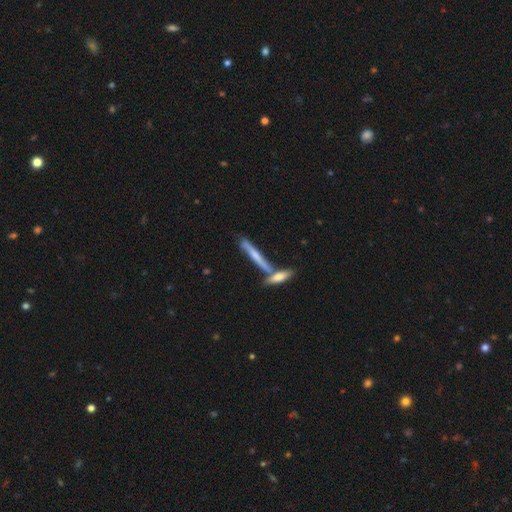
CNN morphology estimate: The model was most divided on "smooth or featured": featured or disk: 49%, smooth: 44%, star or artifact: 7%. More confident: merging — none (59%).